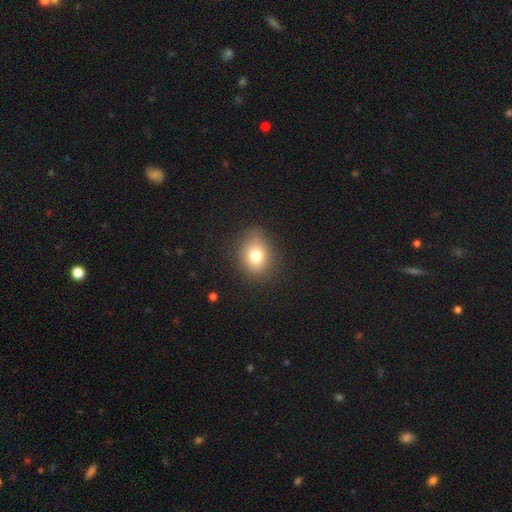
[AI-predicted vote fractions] Smooth or featured: smooth — 76% (featured or disk — 13%)
How rounded: round — 53% (in between — 46%)
Merging: none — 78% (minor disturbance — 16%)